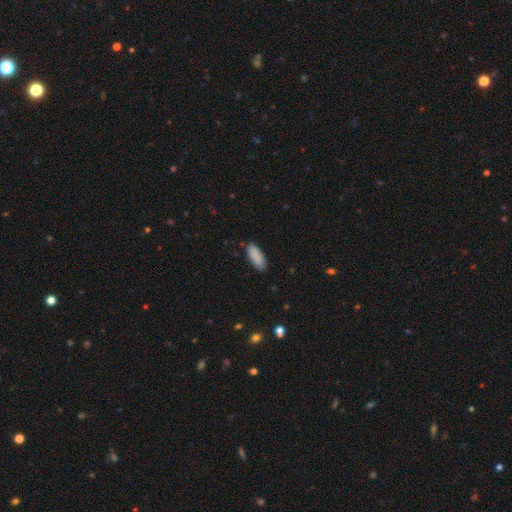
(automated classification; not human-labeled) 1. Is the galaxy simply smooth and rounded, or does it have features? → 90% smooth, 6% star or artifact, 4% featured or disk.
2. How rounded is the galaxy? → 80% in between, 18% cigar-shaped, 2% round.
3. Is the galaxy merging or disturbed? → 85% none, 11% minor disturbance, 2% major disturbance, 1% merger.